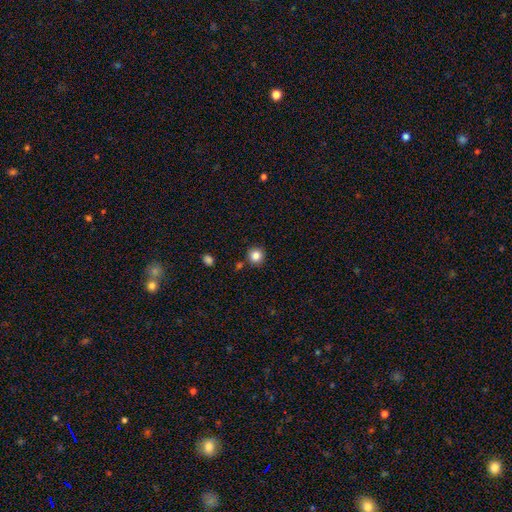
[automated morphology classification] Smooth or featured?
  - smooth: 84% *
  - star or artifact: 11%
  - featured or disk: 5%
How rounded?
  - round: 93% *
  - in between: 6%
  - cigar-shaped: 1%
Merging?
  - none: 86% *
  - minor disturbance: 7%
  - merger: 4%
  - major disturbance: 2%